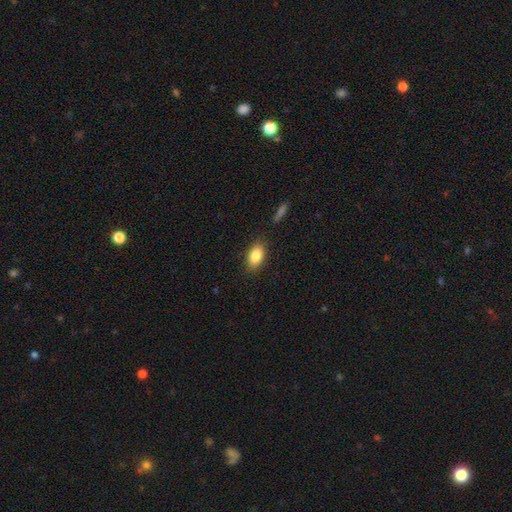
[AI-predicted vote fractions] smooth-or-featured: smooth: 85% | featured or disk: 8% | star or artifact: 7%
  how-rounded: in between: 90% | round: 7% | cigar-shaped: 3%
  merging: none: 85% | minor disturbance: 10% | major disturbance: 3% | merger: 2%